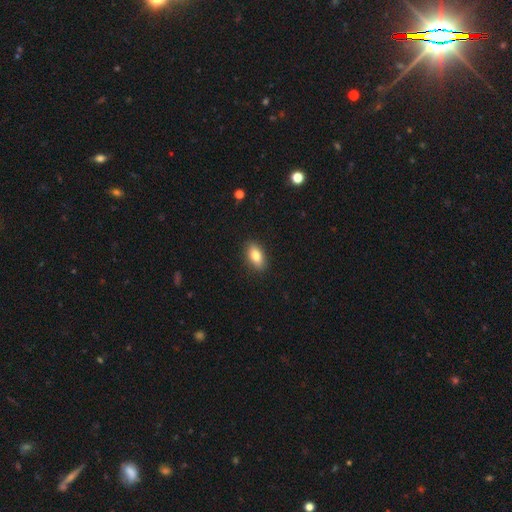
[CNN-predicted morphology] This appears to be a smooth galaxy with no disk features (80%) that is in between round and cigar-shaped (87%). Merging: none (88%).